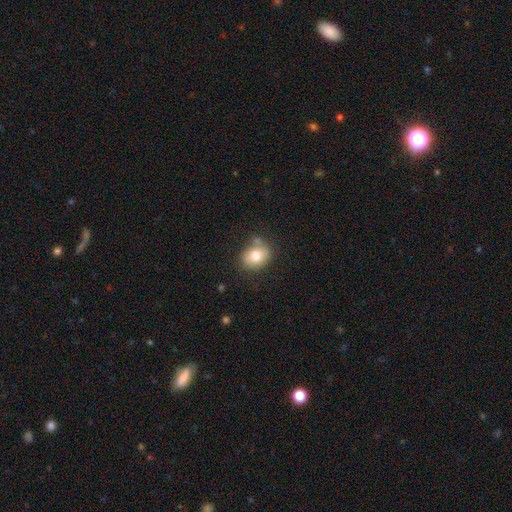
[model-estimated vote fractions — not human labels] smooth_or_featured: smooth (p=0.78) [alt: featured or disk p=0.13]
how_rounded: in between (p=0.55) [alt: round p=0.44]
merging: none (p=0.65) [alt: minor disturbance p=0.21]